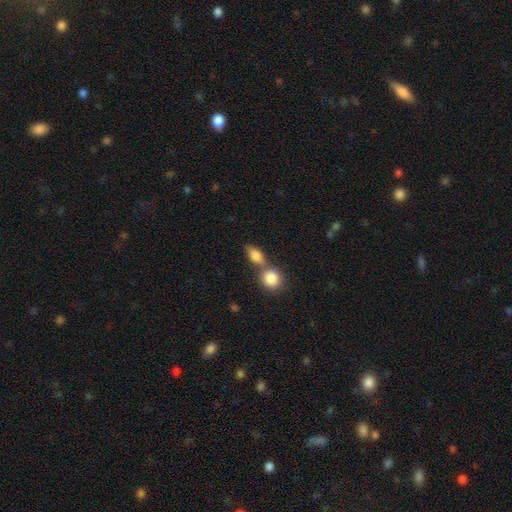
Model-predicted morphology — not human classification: Smooth or featured? smooth (80%)
How rounded? in between (70%)
Merging? merger (52%)